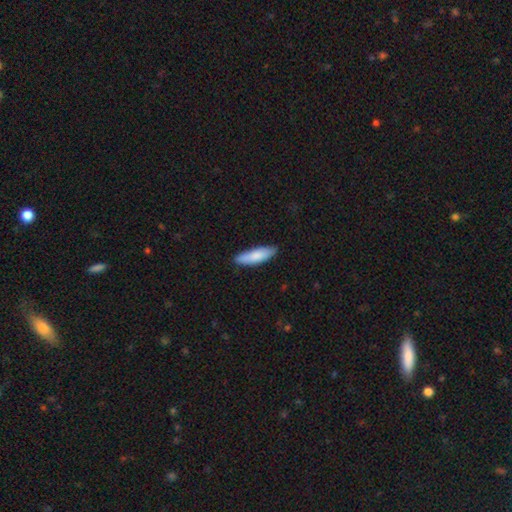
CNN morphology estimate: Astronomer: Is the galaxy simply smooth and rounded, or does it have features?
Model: smooth — 83%.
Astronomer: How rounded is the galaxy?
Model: cigar-shaped — 59% (runner-up: in between, 39%).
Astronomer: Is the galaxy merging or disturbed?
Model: none — 85%.